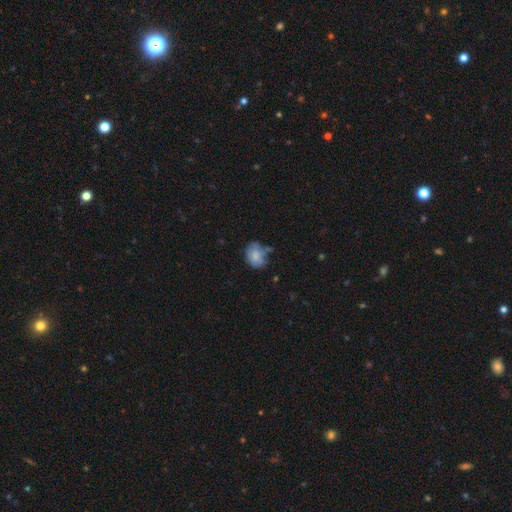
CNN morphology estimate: Smooth or featured?
  - smooth: 72% *
  - featured or disk: 19%
  - star or artifact: 9%
How rounded?
  - in between: 59% *
  - round: 40%
  - cigar-shaped: 1%
Merging?
  - none: 43% *
  - minor disturbance: 33%
  - major disturbance: 15%
  - merger: 10%